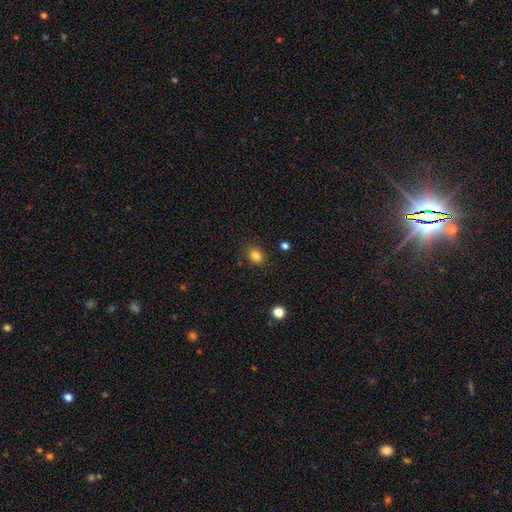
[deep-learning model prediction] A smooth galaxy with no disk features (83%) that is round (55%).

Vote fractions:
- Smooth or featured? smooth: 83% / star or artifact: 12% / featured or disk: 5%
- How rounded? round: 55% / in between: 44% / cigar-shaped: 1%
- Merging? none: 82% / minor disturbance: 12% / major disturbance: 3% / merger: 2%